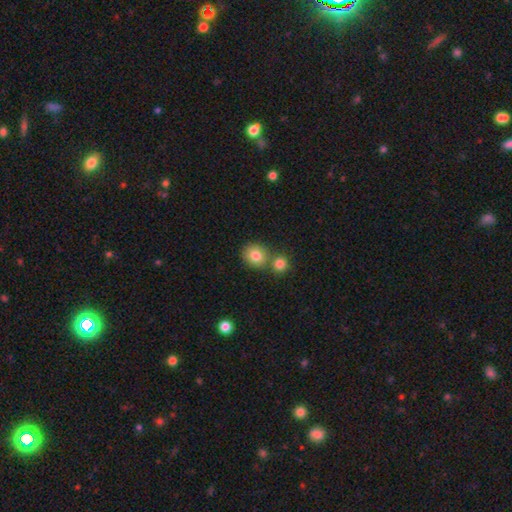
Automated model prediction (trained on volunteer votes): This is clearly a smooth galaxy (82%). How rounded: likely round (79%). Merging: likely none (61%).